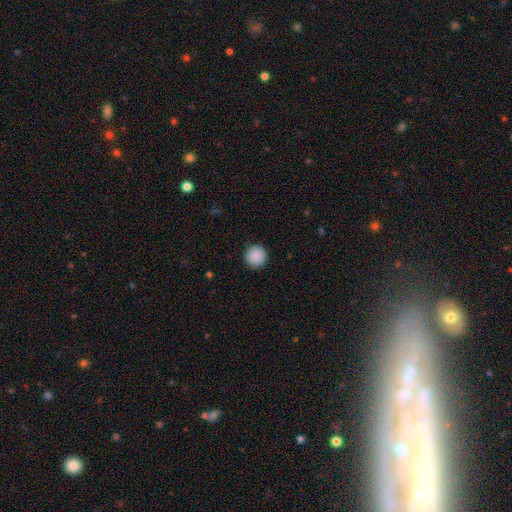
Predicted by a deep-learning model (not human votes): Morphology: type=smooth (90%); roundness=round (96%); merging=none (92%).